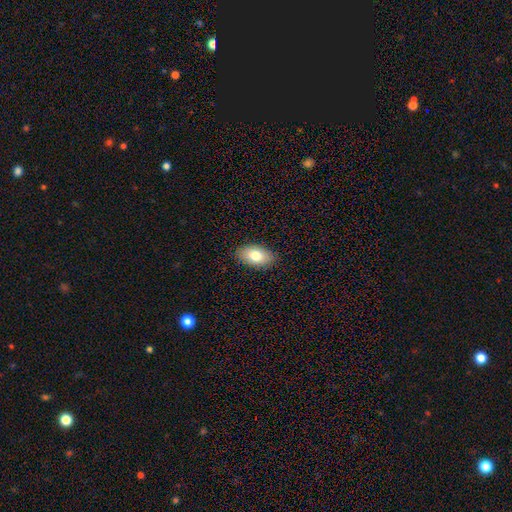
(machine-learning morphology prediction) A smooth galaxy with no disk features (79%) that is in between round and cigar-shaped (93%).

Vote fractions:
- Smooth or featured? smooth: 79% / featured or disk: 14% / star or artifact: 7%
- How rounded? in between: 93% / round: 5% / cigar-shaped: 2%
- Merging? none: 88% / minor disturbance: 9% / major disturbance: 2% / merger: 1%